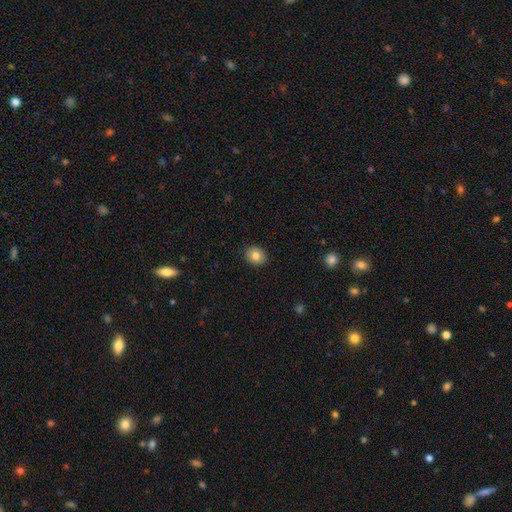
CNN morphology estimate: smooth_or_featured: smooth (p=0.78) [alt: featured or disk p=0.13]
how_rounded: round (p=0.65) [alt: in between p=0.34]
merging: none (p=0.90) [alt: minor disturbance p=0.08]